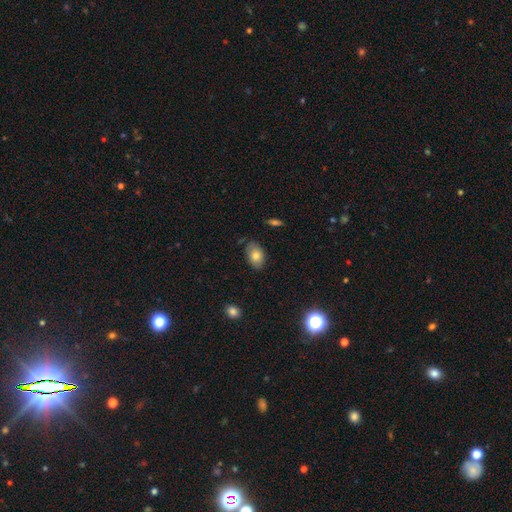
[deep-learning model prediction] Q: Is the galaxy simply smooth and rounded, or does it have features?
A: smooth — 78%.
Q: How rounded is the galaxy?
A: in between — 87%.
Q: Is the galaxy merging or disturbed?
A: none — 78%.